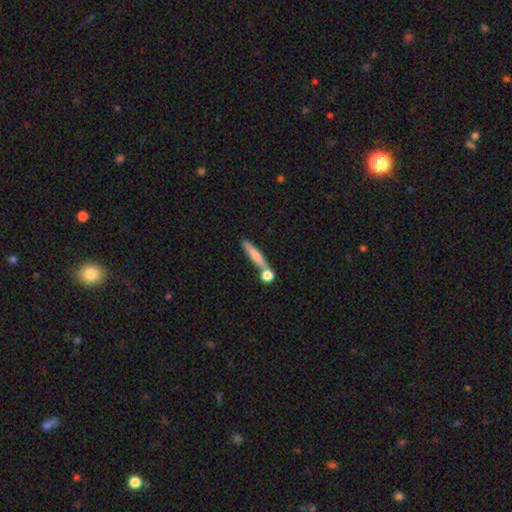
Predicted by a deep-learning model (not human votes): A smooth galaxy with no disk features (67%) that is cigar-shaped (83%). Merging: none (63%).